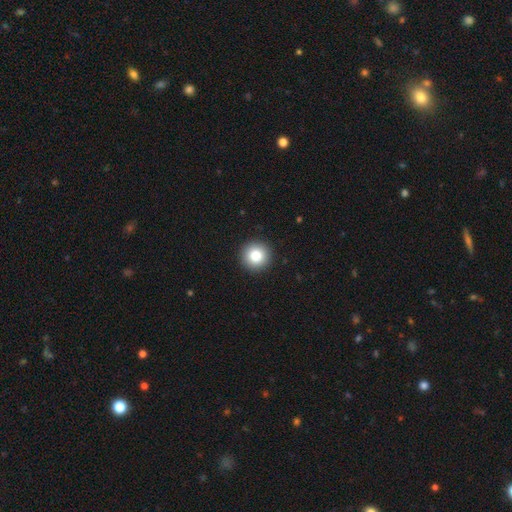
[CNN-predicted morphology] The model was most divided on "smooth or featured": smooth: 83%, star or artifact: 10%, featured or disk: 8%. More confident: how rounded — round (96%); merging — none (93%).